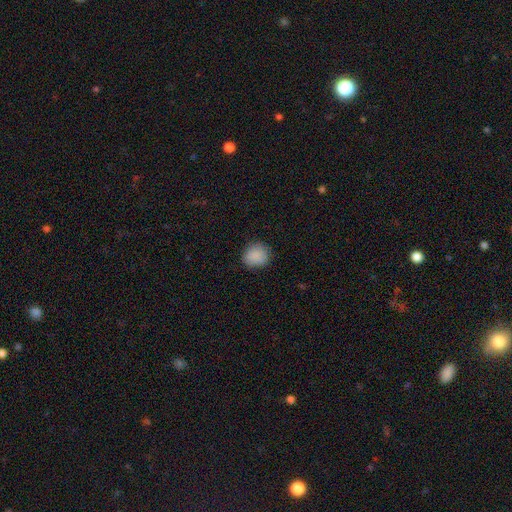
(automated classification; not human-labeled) Q: Smooth or featured?
A: smooth (88%); runner-up: star or artifact (8%)
Q: How rounded?
A: round (77%); runner-up: in between (22%)
Q: Merging?
A: none (83%); runner-up: minor disturbance (13%)